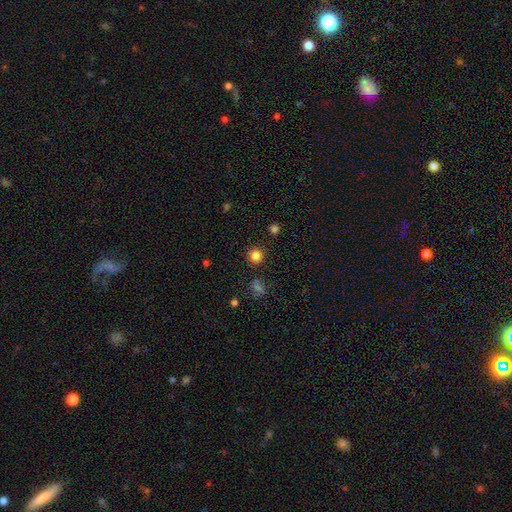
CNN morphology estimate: Q: Smooth or featured?
A: smooth (83%); runner-up: star or artifact (13%)
Q: How rounded?
A: round (93%); runner-up: in between (6%)
Q: Merging?
A: none (90%); runner-up: minor disturbance (6%)